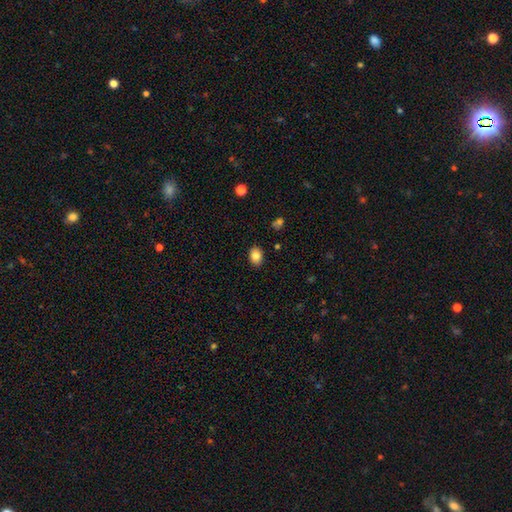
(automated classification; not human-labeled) This appears to be a smooth galaxy with no disk features (85%) that is in between round and cigar-shaped (74%). Merging: none (88%).